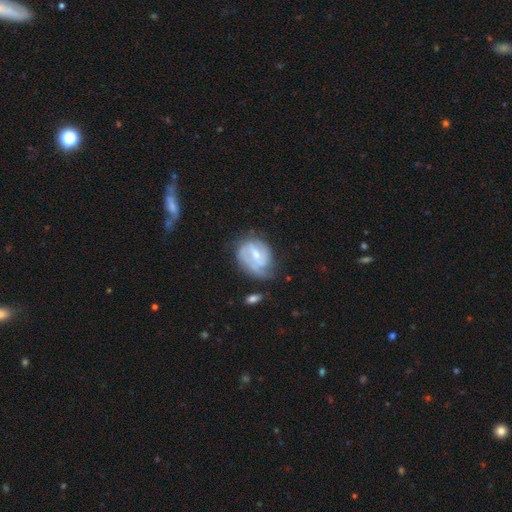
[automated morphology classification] Smooth or featured? Predicted: featured or disk (p=0.66). Edge-on disk? Predicted: no (p=0.97). Bar? Predicted: weak (p=0.54). Spiral arms? Predicted: yes (p=0.82). Spiral winding? Predicted: tight (p=0.44). Spiral arm count? Predicted: 2 (p=0.41). Bulge size? Predicted: small (p=0.49). Merging? Predicted: none (p=0.47).